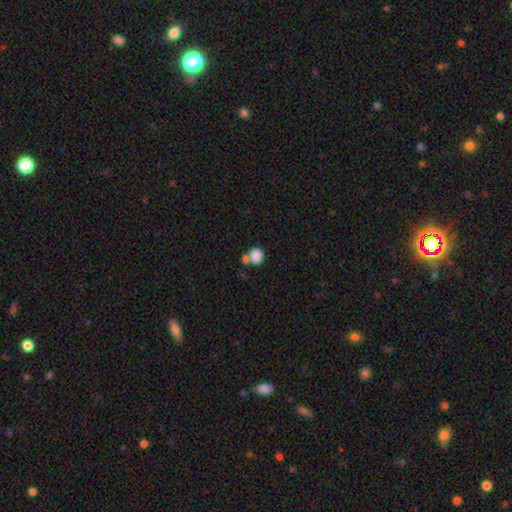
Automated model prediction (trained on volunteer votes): A smooth galaxy with no disk features (85%) that is round (86%).

Vote fractions:
- Smooth or featured? smooth: 85% / star or artifact: 9% / featured or disk: 6%
- How rounded? round: 86% / in between: 13% / cigar-shaped: 1%
- Merging? none: 49% / merger: 36% / minor disturbance: 10% / major disturbance: 4%